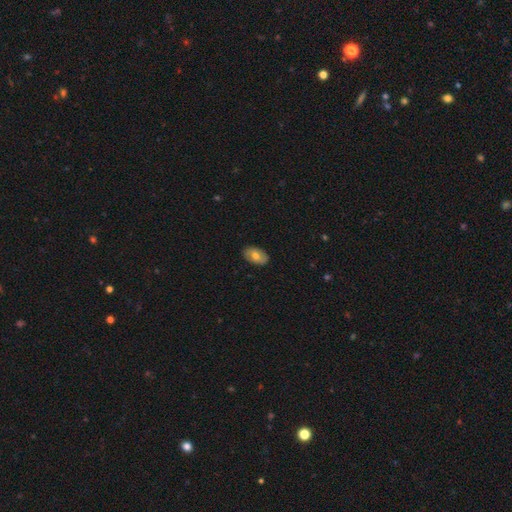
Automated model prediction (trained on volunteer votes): A smooth galaxy with no disk features (68%) that is in between round and cigar-shaped (91%).

Vote fractions:
- Smooth or featured? smooth: 68% / featured or disk: 25% / star or artifact: 7%
- How rounded? in between: 91% / round: 7% / cigar-shaped: 1%
- Merging? none: 88% / minor disturbance: 9% / major disturbance: 2% / merger: 1%